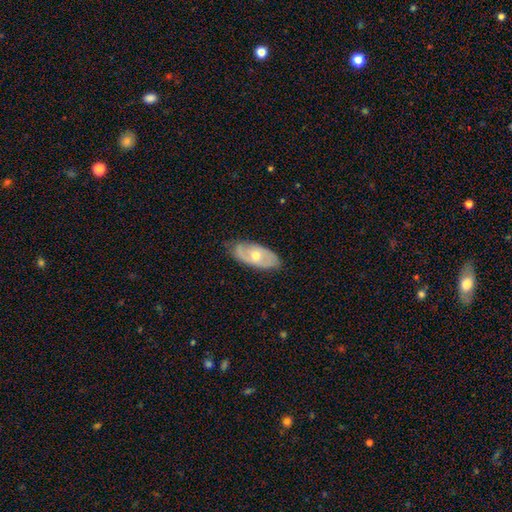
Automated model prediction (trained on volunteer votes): Overall: featured or disk (57%; smooth 38%). Edge-on disk: no (85%). Merging: none (79%).